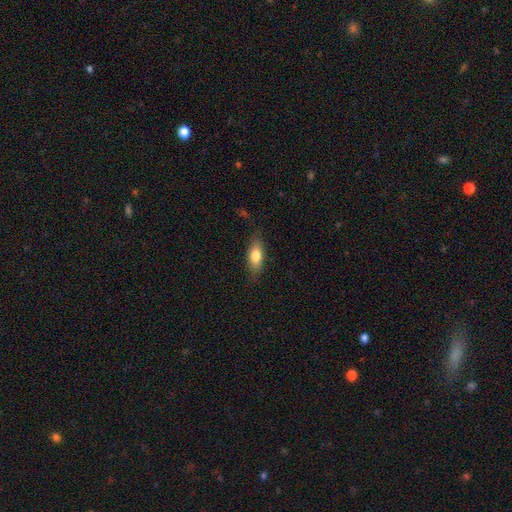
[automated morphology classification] smooth 76%, featured or disk 17%, star or artifact 7%. Down the decision tree: how rounded — in between (75%); merging — none (80%).